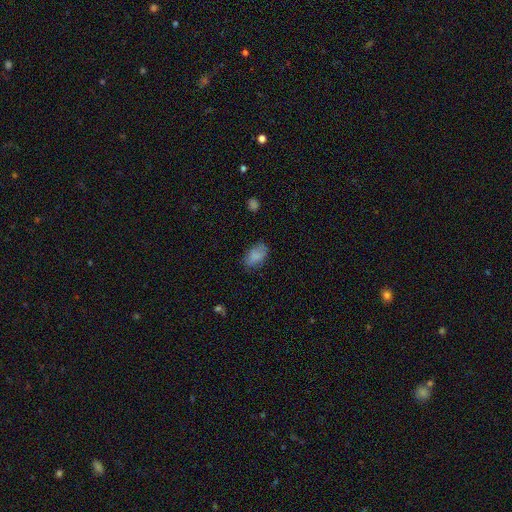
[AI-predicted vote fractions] Smooth or featured: smooth — 83% (featured or disk — 9%)
How rounded: in between — 92% (round — 7%)
Merging: none — 76% (minor disturbance — 18%)